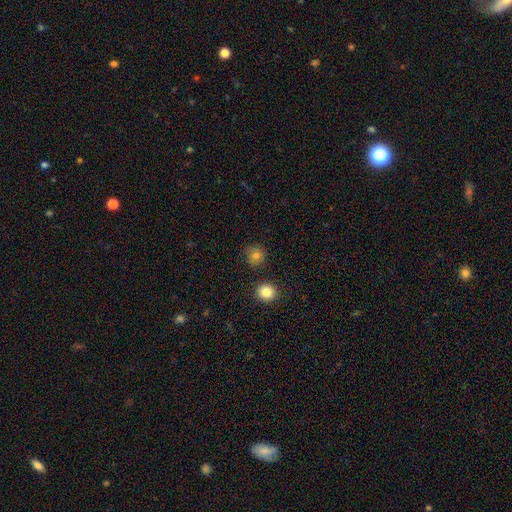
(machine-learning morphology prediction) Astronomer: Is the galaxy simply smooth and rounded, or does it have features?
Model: smooth — 77%.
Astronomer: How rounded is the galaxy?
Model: round — 89%.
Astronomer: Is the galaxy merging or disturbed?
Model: none — 80%.